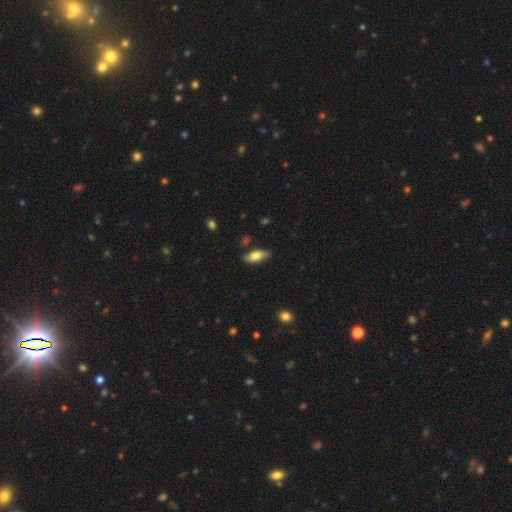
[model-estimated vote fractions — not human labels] smooth_or_featured: smooth (p=0.75) [alt: featured or disk p=0.18]
how_rounded: in between (p=0.84) [alt: cigar-shaped p=0.14]
merging: none (p=0.82) [alt: minor disturbance p=0.14]